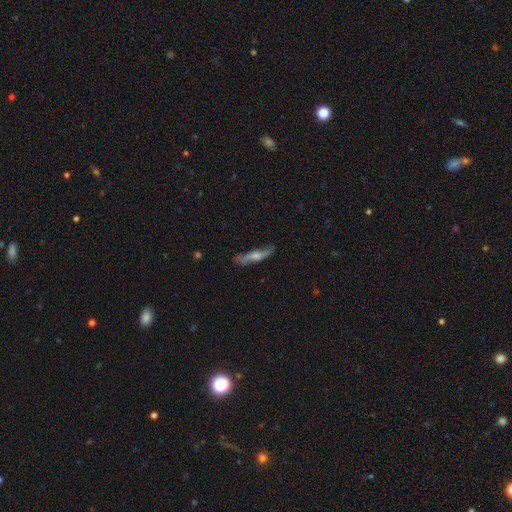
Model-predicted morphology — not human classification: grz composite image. It shows a featured or disk galaxy (64%) viewed edge-on (66%). Merging: none (72%).